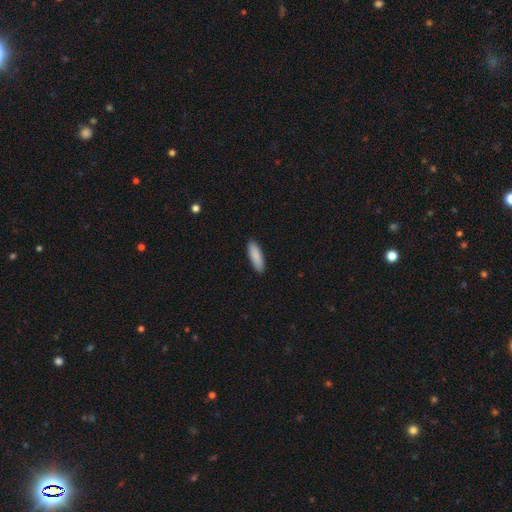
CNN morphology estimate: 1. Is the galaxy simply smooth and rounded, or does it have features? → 89% smooth, 5% featured or disk, 5% star or artifact.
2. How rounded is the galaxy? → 49% in between (tied), 49% cigar-shaped (tied), 1% round.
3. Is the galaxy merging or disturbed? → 90% none, 8% minor disturbance, 2% major disturbance, 1% merger.